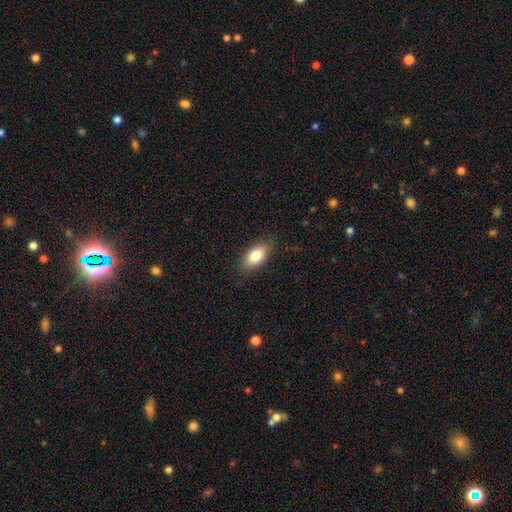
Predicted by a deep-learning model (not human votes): smooth_or_featured: smooth (p=0.80) [alt: featured or disk p=0.12]
how_rounded: in between (p=0.88) [alt: cigar-shaped p=0.07]
merging: none (p=0.84) [alt: minor disturbance p=0.12]